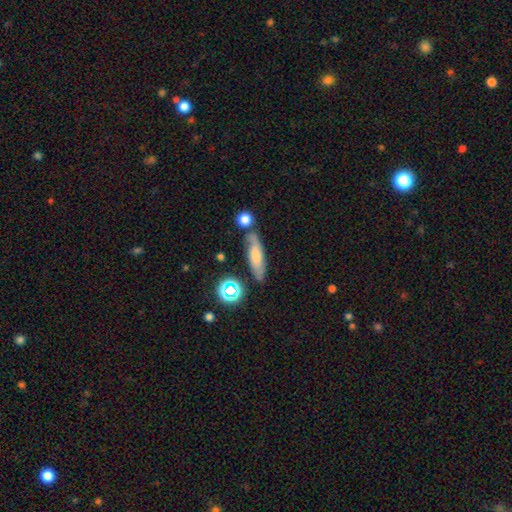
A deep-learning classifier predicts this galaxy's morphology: smooth 51%, featured or disk 36%, star or artifact 13%. Down the decision tree: how rounded — cigar-shaped (60%); merging — none (69%).